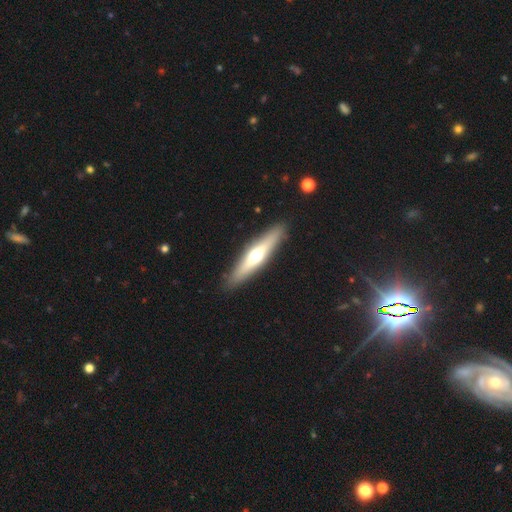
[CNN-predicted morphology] A featured or disk galaxy (52%) viewed edge-on (89%).

Vote fractions:
- Smooth or featured? featured or disk: 52% / smooth: 42% / star or artifact: 5%
- Edge-on disk? yes: 89% / no: 11%
- Merging? none: 90% / minor disturbance: 7% / major disturbance: 2% / merger: 1%